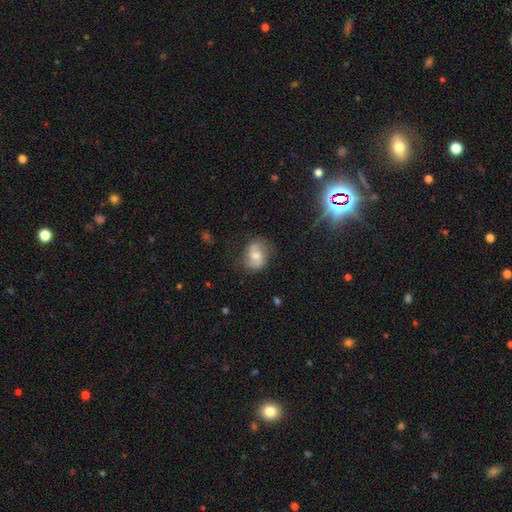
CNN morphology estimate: This is possibly a smooth galaxy (49%). Merging: likely none (68%).